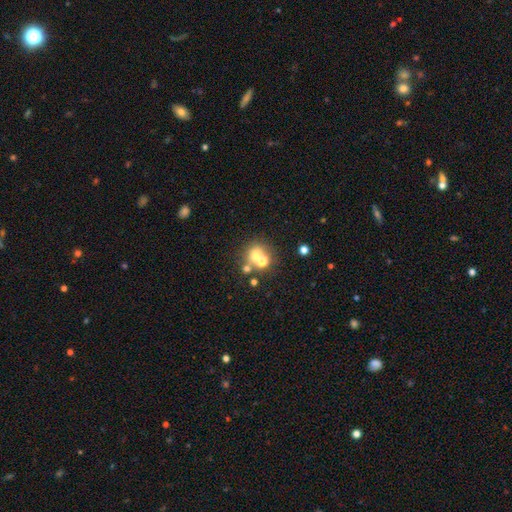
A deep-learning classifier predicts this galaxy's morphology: A smooth galaxy with no disk features (59%) that is round (82%).

Vote fractions:
- Smooth or featured? smooth: 59% / featured or disk: 20% / star or artifact: 20%
- How rounded? round: 82% / in between: 17% / cigar-shaped: 1%
- Merging? none: 45% / merger: 42% / minor disturbance: 7% / major disturbance: 5%